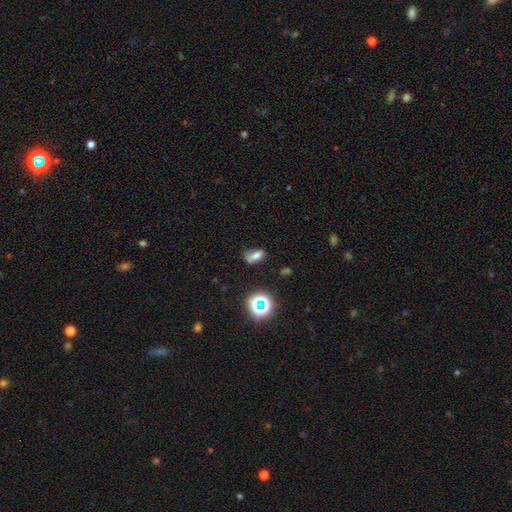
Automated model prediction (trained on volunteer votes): This appears to be a smooth galaxy with no disk features (64%) that is in between round and cigar-shaped (85%). Merging: none (56%).